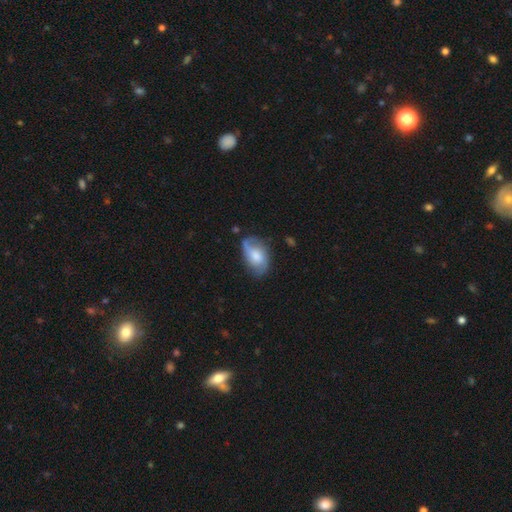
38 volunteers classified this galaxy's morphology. Volunteers were most divided on "bulge size": large: 44%, moderate: 28%, small: 19%, dominant: 6%, none: 3%. More confident: edge-on disk — no (100%); spiral arms — yes (94%); spiral arm count — 2 (90%); smooth or featured — featured or disk (84%); spiral winding — loose (70%); merging — none (56%); bar — no (50%).